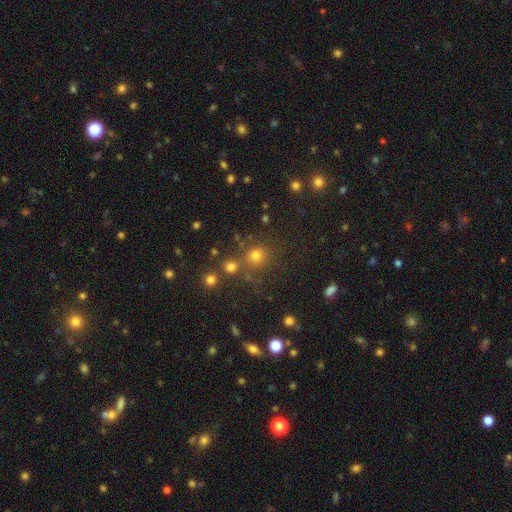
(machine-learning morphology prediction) smooth 69%, star or artifact 24%, featured or disk 7%. Down the decision tree: how rounded — round (91%); merging — none (73%).